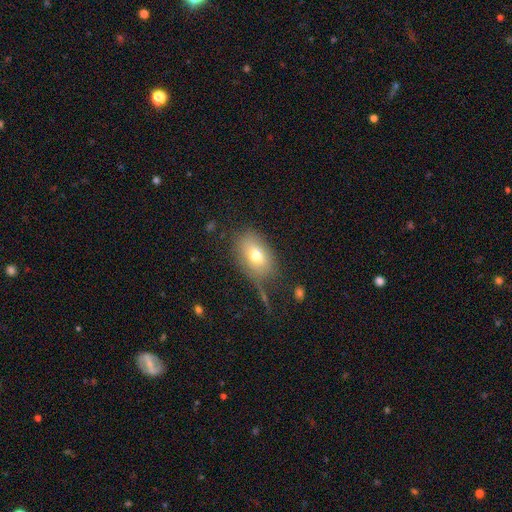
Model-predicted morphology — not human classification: Smooth or featured? Predicted: smooth (p=0.72). How rounded? Predicted: in between (p=0.83). Merging? Predicted: none (p=0.71).